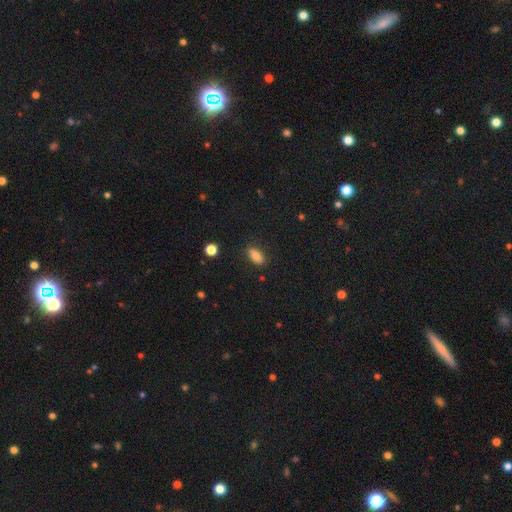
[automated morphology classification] A smooth galaxy with no disk features (81%) that is in between round and cigar-shaped (87%).

Vote fractions:
- Smooth or featured? smooth: 81% / star or artifact: 11% / featured or disk: 8%
- How rounded? in between: 87% / cigar-shaped: 7% / round: 6%
- Merging? none: 82% / minor disturbance: 13% / major disturbance: 3% / merger: 2%